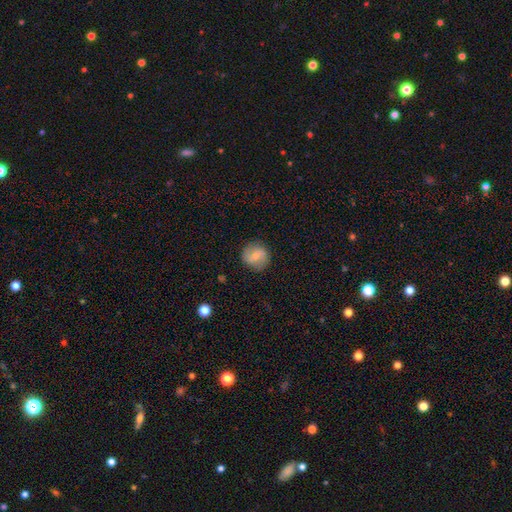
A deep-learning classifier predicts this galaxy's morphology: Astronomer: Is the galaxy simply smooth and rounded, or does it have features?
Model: smooth — 54% (runner-up: featured or disk, 38%).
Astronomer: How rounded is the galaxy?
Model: round — 89%.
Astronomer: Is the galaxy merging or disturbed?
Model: none — 85%.